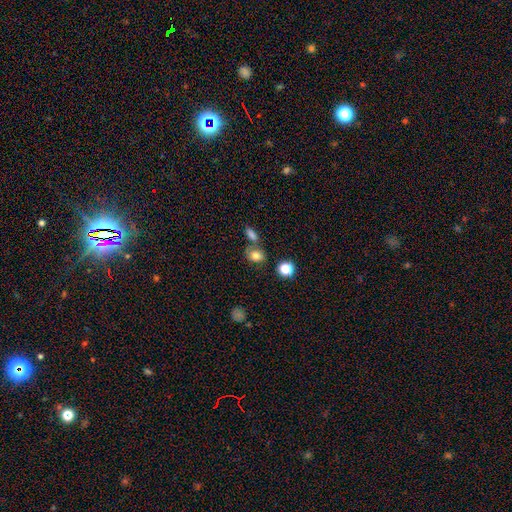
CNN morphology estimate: A smooth galaxy with no disk features (78%) that is in between round and cigar-shaped (53%).

Vote fractions:
- Smooth or featured? smooth: 78% / star or artifact: 12% / featured or disk: 10%
- How rounded? in between: 53% / round: 46% / cigar-shaped: 2%
- Merging? none: 56% / merger: 25% / minor disturbance: 13% / major disturbance: 5%